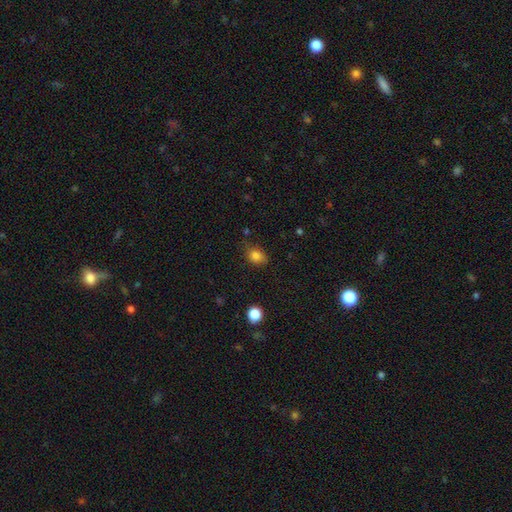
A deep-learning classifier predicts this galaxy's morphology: Smooth or featured: smooth — 82% (star or artifact — 11%)
How rounded: in between — 55% (round — 43%)
Merging: none — 68% (minor disturbance — 24%)